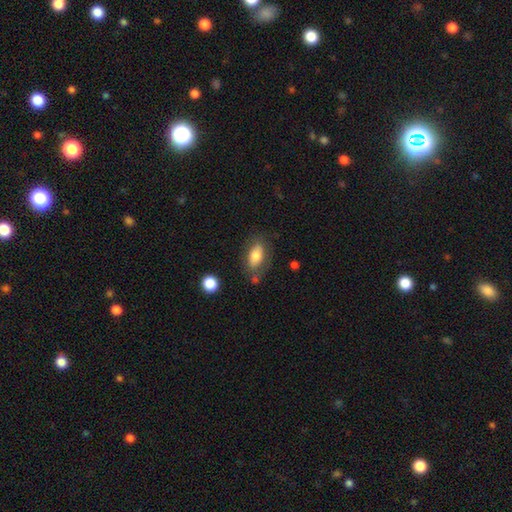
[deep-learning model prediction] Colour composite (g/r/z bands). It shows a smooth galaxy with no disk features (75%) that is in between round and cigar-shaped (87%). Merging: none (69%).